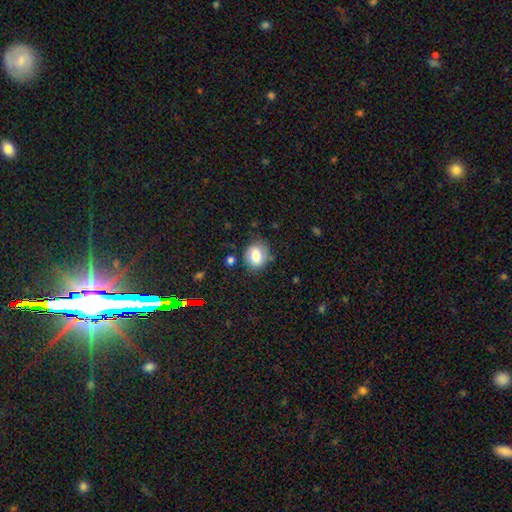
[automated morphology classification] This appears to be a smooth galaxy with no disk features (78%) that is round (60%). Merging: none (76%).